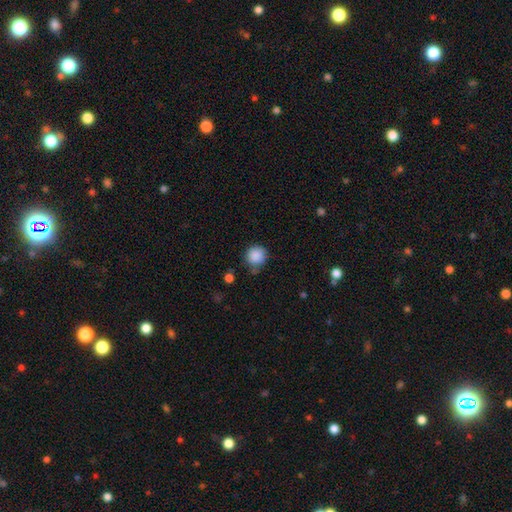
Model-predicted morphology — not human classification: Smooth or featured: smooth — 88% (star or artifact — 9%)
How rounded: round — 91% (in between — 8%)
Merging: none — 75% (minor disturbance — 16%)